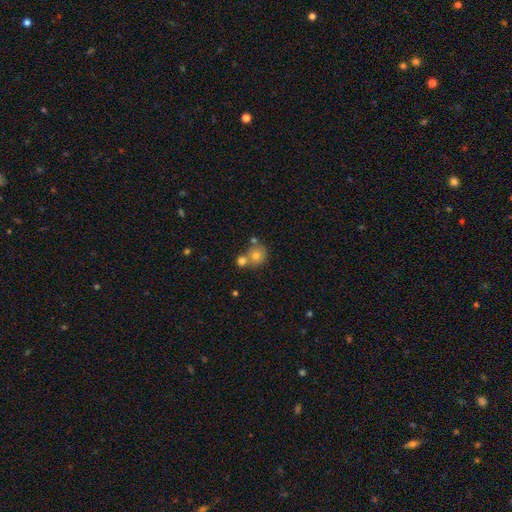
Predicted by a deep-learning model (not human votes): smooth-or-featured: smooth: 70% | featured or disk: 16% | star or artifact: 14%
  how-rounded: round: 84% | in between: 15% | cigar-shaped: 1%
  merging: none: 50% | merger: 38% | minor disturbance: 9% | major disturbance: 4%